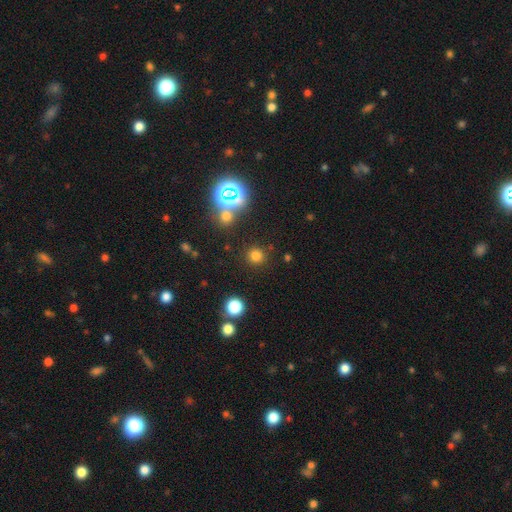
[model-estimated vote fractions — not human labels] Smooth or featured: smooth — 73% (star or artifact — 21%)
How rounded: round — 93% (in between — 6%)
Merging: none — 87% (minor disturbance — 6%)